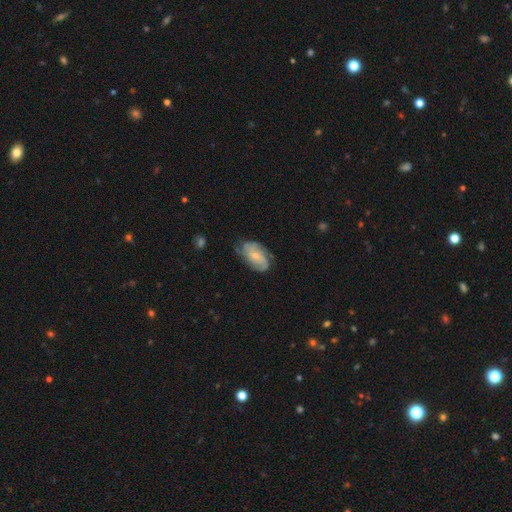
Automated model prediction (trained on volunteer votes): A featured or disk galaxy (74%) with no bar (67%), 2 (44%) tight (44%) spiral arms (93%) and a small central bulge (62%).

Vote fractions:
- Smooth or featured? featured or disk: 74% / smooth: 20% / star or artifact: 6%
- Edge-on disk? no: 96% / yes: 4%
- Bar? no: 67% / weak: 28% / strong: 5%
- Spiral arms? yes: 93% / no: 7%
- Spiral winding? tight: 44% / medium: 41% / loose: 16%
- Spiral arm count? 2: 44% / 3: 22% / can't tell: 22% / 4: 5% / 1: 4% / more than 4: 3%
- Bulge size? small: 62% / moderate: 32% / none: 3% / large: 2% / dominant: 1%
- Merging? none: 66% / minor disturbance: 24% / major disturbance: 8% / merger: 2%